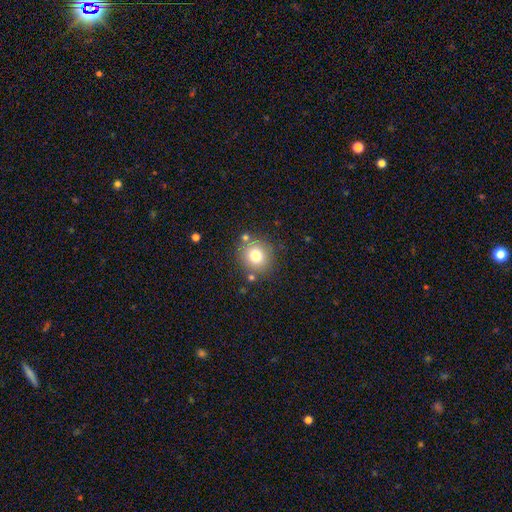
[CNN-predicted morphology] type=smooth (77%); roundness=round (83%); merging=none (79%).